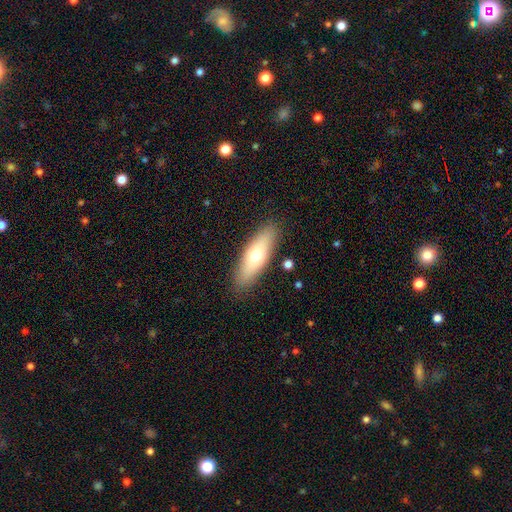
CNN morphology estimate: Smooth or featured: smooth — 64% (featured or disk — 30%)
How rounded: in between — 56% (cigar-shaped — 42%)
Merging: none — 87% (minor disturbance — 9%)